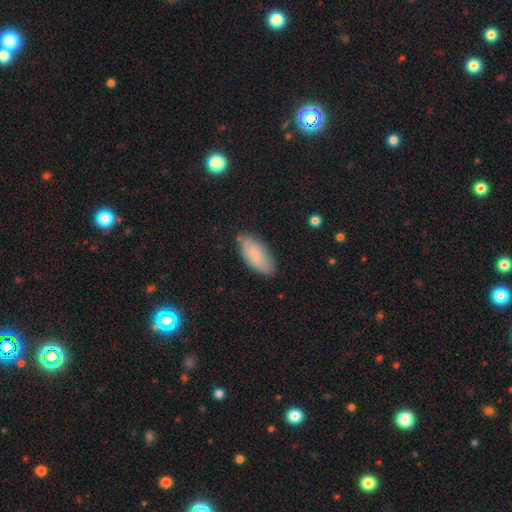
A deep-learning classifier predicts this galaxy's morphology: This is likely a smooth galaxy (76%). How rounded: clearly in between (91%). Merging: likely none (79%).